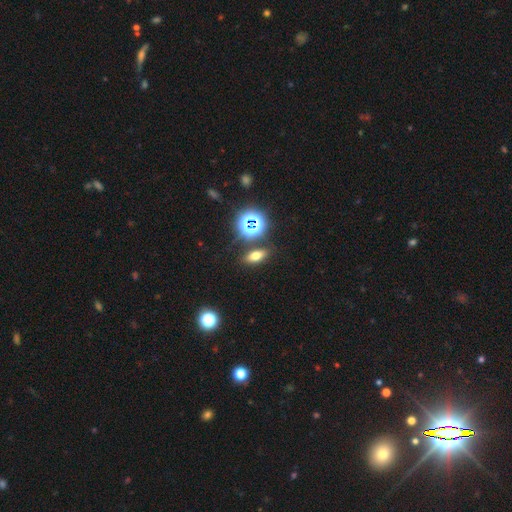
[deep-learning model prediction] Smooth or featured: smooth — 58% (star or artifact — 27%)
How rounded: in between — 69% (round — 16%)
Merging: none — 83% (minor disturbance — 9%)